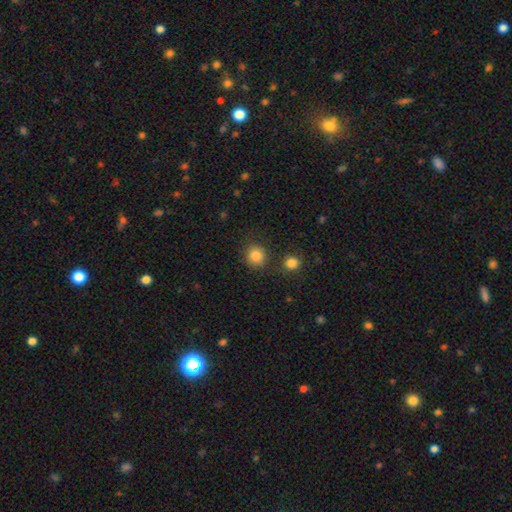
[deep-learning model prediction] smooth-or-featured: smooth: 84% | star or artifact: 11% | featured or disk: 5%
  how-rounded: round: 91% | in between: 8% | cigar-shaped: 1%
  merging: none: 82% | minor disturbance: 8% | merger: 7% | major disturbance: 3%